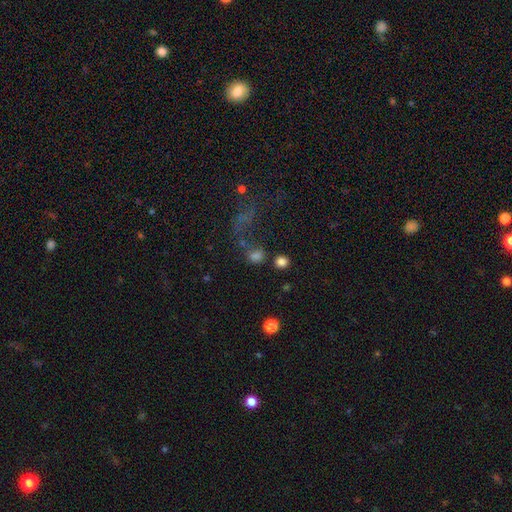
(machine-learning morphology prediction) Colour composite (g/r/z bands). It shows a smooth galaxy with no disk features (74%) that is round (71%). Merging: none (59%).